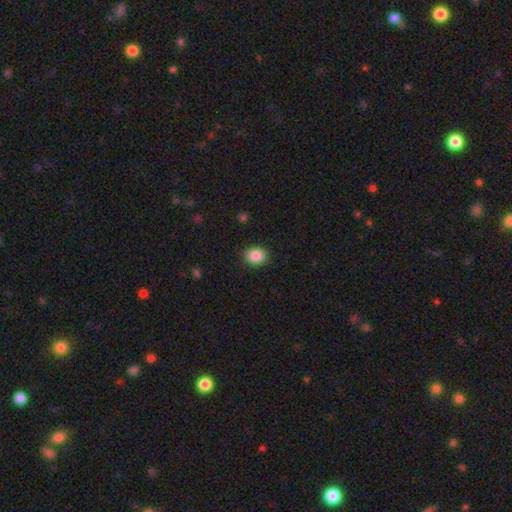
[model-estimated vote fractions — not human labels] Overall: smooth (87%). How rounded: round (56%; in between 43%). Merging: none (90%).